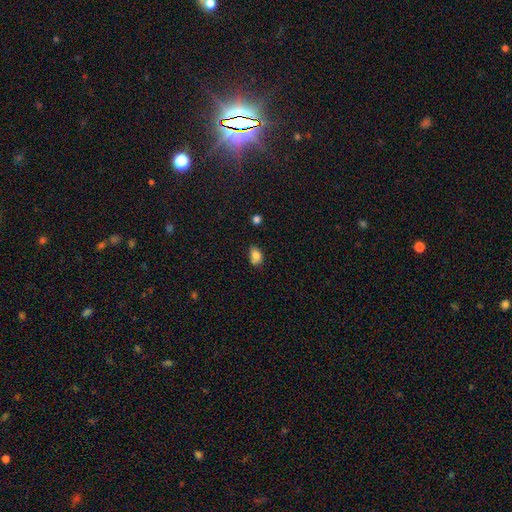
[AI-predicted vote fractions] Smooth or featured? Predicted: smooth (p=0.82). How rounded? Predicted: in between (p=0.77). Merging? Predicted: none (p=0.57).